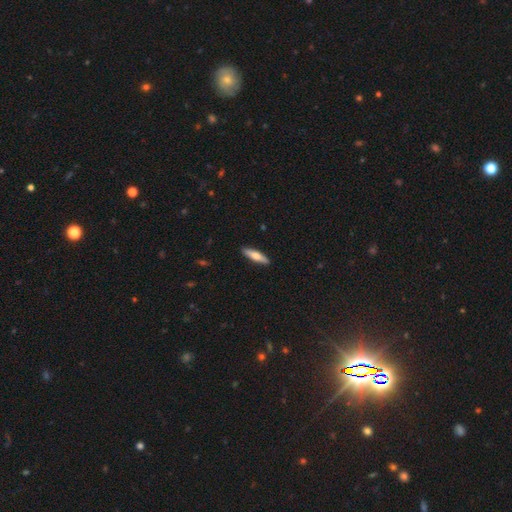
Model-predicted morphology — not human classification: This appears to be a smooth galaxy with no disk features (64%) that is cigar-shaped (73%). Merging: none (91%).